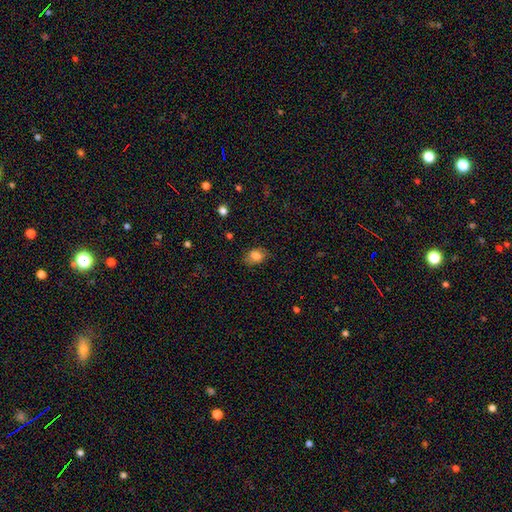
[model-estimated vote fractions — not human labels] Smooth or featured?
  - smooth: 81% *
  - featured or disk: 10%
  - star or artifact: 10%
How rounded?
  - in between: 73% *
  - round: 25%
  - cigar-shaped: 1%
Merging?
  - none: 75% *
  - minor disturbance: 19%
  - major disturbance: 5%
  - merger: 1%